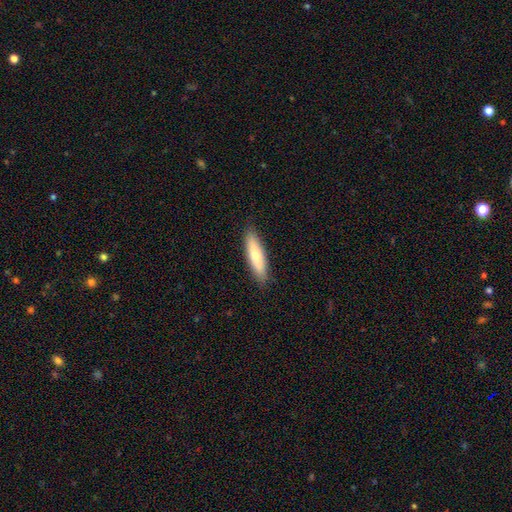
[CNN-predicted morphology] A smooth galaxy with no disk features (71%) that is cigar-shaped (69%).

Vote fractions:
- Smooth or featured? smooth: 71% / featured or disk: 23% / star or artifact: 6%
- How rounded? cigar-shaped: 69% / in between: 30% / round: 2%
- Merging? none: 88% / minor disturbance: 9% / major disturbance: 2% / merger: 1%